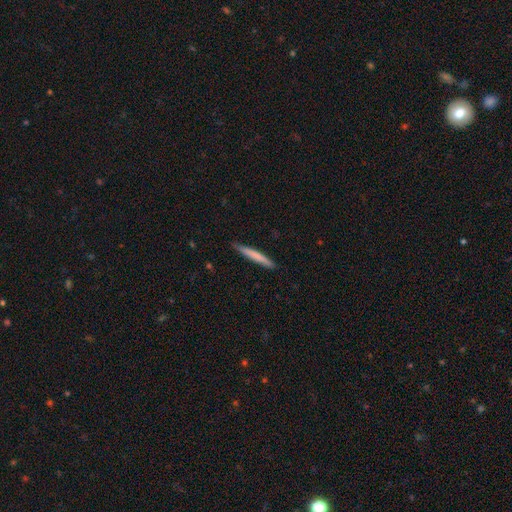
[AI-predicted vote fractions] This appears to be a smooth galaxy with no disk features (69%) that is cigar-shaped (97%). Merging: none (88%).